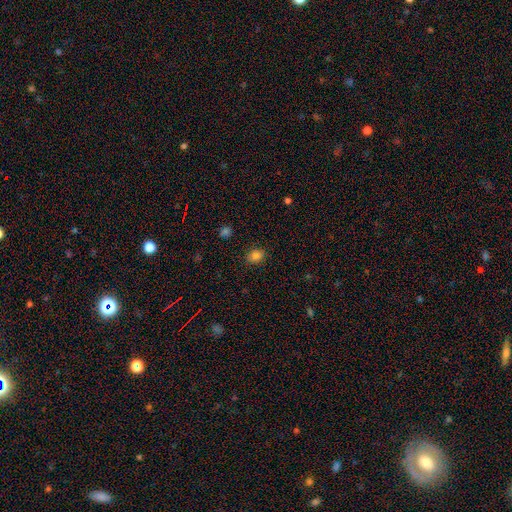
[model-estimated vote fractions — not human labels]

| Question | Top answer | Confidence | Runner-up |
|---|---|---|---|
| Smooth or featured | smooth | 83% | star or artifact (12%) |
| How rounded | in between | 63% | round (36%) |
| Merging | none | 87% | minor disturbance (9%) |